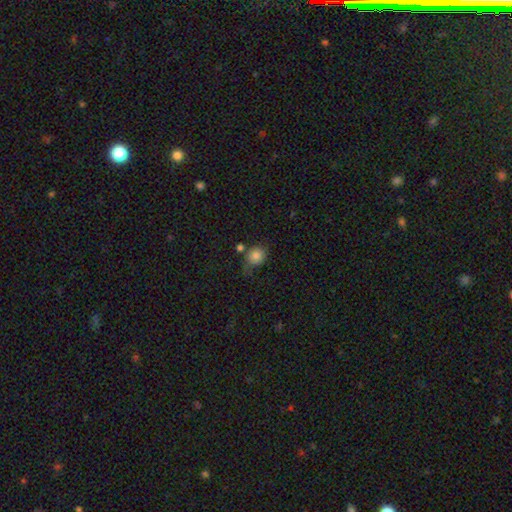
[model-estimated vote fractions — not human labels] This is clearly a smooth galaxy (81%). How rounded: likely round (78%). Merging: possibly none (54%).